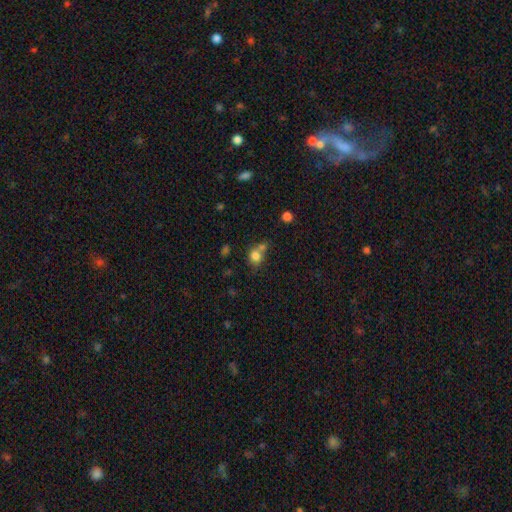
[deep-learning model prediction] Overall: smooth (80%). How rounded: round (73%). Merging: none (44%; merger 40%).